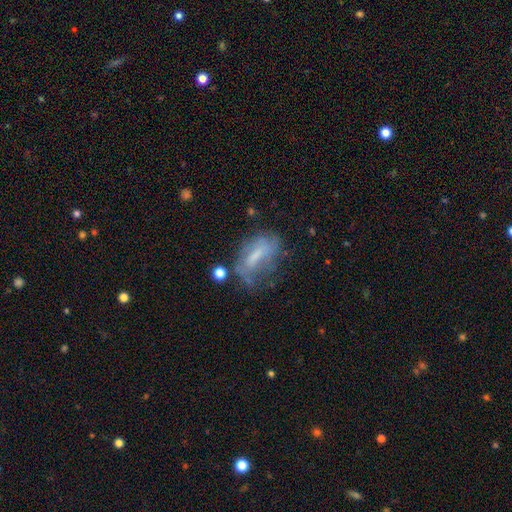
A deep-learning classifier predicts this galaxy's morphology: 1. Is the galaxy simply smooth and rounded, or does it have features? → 47% featured or disk, 41% smooth, 12% star or artifact.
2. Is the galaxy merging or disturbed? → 40% none, 29% minor disturbance, 24% major disturbance, 7% merger.